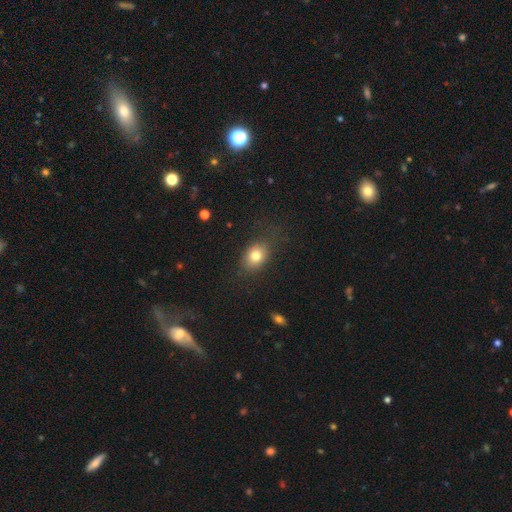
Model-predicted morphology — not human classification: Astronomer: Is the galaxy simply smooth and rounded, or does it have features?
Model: smooth — 78%.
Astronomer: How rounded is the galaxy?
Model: in between — 65%.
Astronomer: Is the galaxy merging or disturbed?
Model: none — 72%.